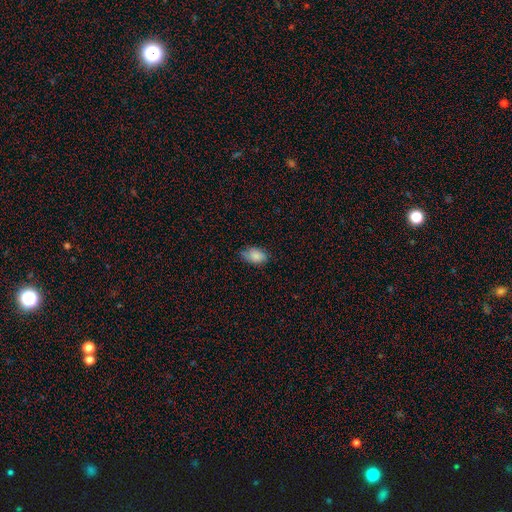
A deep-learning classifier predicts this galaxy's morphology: A smooth galaxy with no disk features (86%) that is in between round and cigar-shaped (91%). Merging: none (70%).